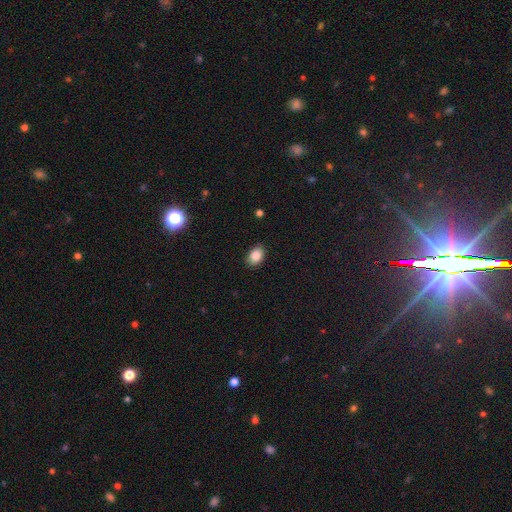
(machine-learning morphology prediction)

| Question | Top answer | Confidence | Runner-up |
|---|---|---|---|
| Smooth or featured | smooth | 85% | star or artifact (9%) |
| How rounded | in between | 78% | round (21%) |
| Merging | none | 88% | minor disturbance (9%) |